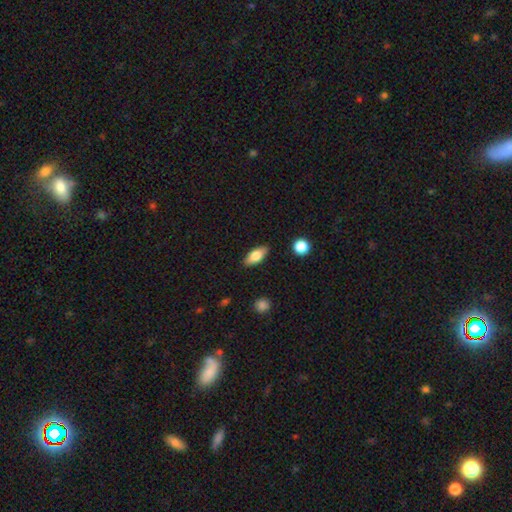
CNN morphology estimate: Smooth or featured?
  - smooth: 74% *
  - featured or disk: 19%
  - star or artifact: 7%
How rounded?
  - in between: 82% *
  - cigar-shaped: 14%
  - round: 3%
Merging?
  - none: 87% *
  - minor disturbance: 9%
  - major disturbance: 2%
  - merger: 2%